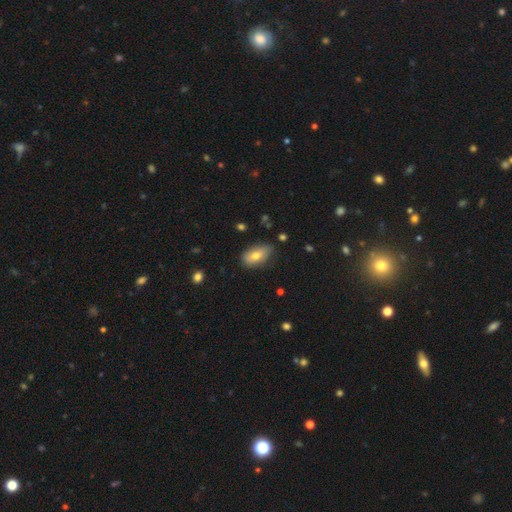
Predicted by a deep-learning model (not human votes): smooth-or-featured: smooth: 72% | featured or disk: 20% | star or artifact: 8%
  how-rounded: in between: 89% | round: 6% | cigar-shaped: 5%
  merging: none: 71% | minor disturbance: 23% | major disturbance: 4% | merger: 2%